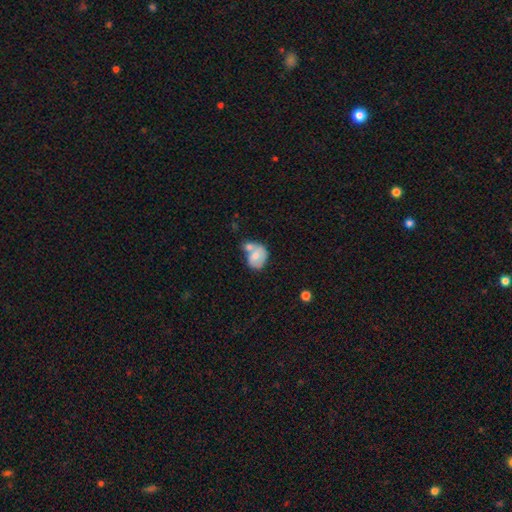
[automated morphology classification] Q: Smooth or featured?
A: smooth (59%); runner-up: featured or disk (34%)
Q: How rounded?
A: round (50%); runner-up: in between (49%)
Q: Merging?
A: merger (53%); runner-up: none (25%)